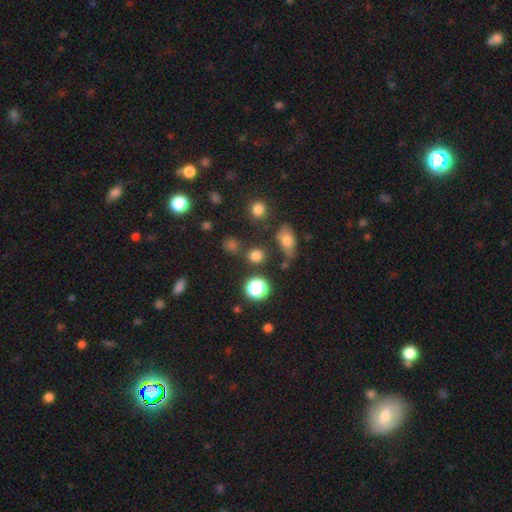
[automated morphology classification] smooth_or_featured: smooth (p=0.74) [alt: star or artifact p=0.20]
how_rounded: round (p=0.81) [alt: in between p=0.18]
merging: none (p=0.79) [alt: minor disturbance p=0.10]